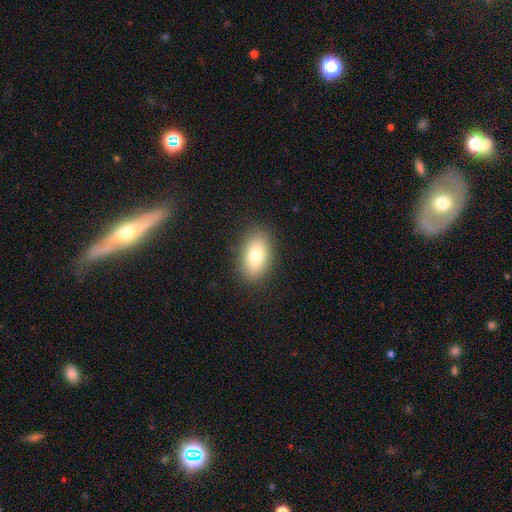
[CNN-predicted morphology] smooth-or-featured: smooth: 79% | featured or disk: 13% | star or artifact: 8%
  how-rounded: in between: 90% | round: 8% | cigar-shaped: 2%
  merging: none: 88% | minor disturbance: 8% | major disturbance: 2% | merger: 1%